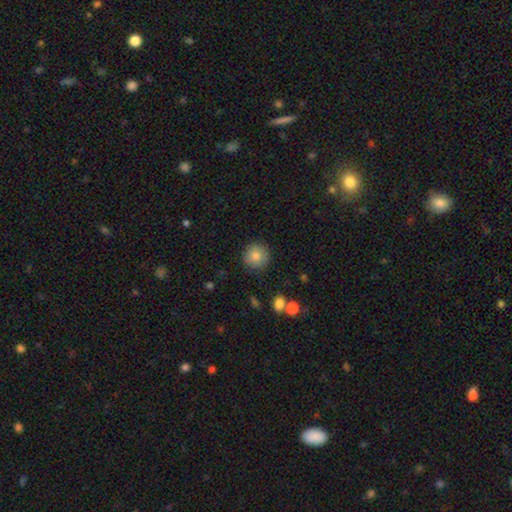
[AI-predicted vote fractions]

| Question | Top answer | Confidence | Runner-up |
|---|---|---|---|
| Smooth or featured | smooth | 83% | star or artifact (9%) |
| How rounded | round | 94% | in between (5%) |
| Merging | none | 89% | minor disturbance (7%) |